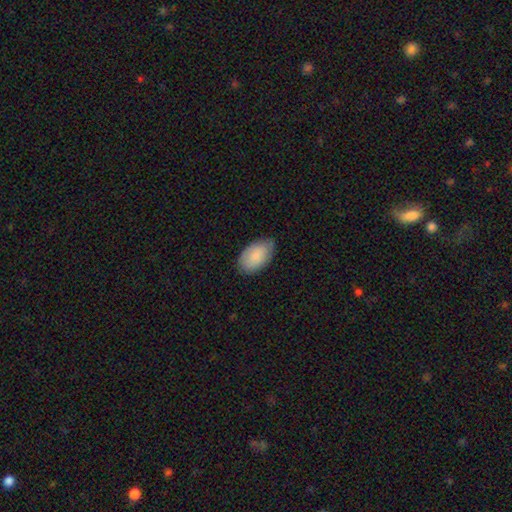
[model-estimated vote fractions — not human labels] Smooth or featured? smooth (85%)
How rounded? in between (95%)
Merging? none (77%)